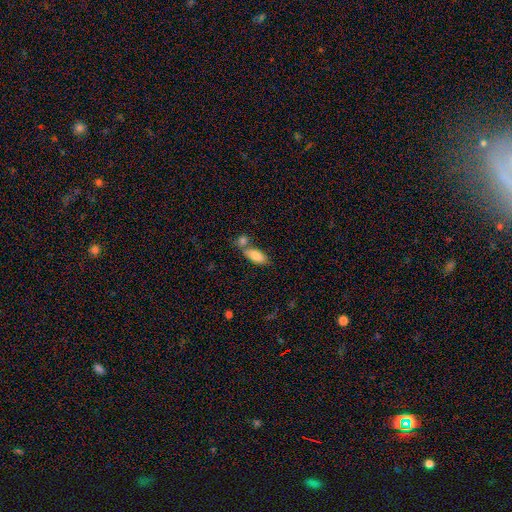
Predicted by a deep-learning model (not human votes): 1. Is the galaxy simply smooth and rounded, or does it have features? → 84% smooth, 9% featured or disk, 7% star or artifact.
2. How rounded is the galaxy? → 84% in between, 13% cigar-shaped, 3% round.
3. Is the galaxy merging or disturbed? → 51% none, 33% merger, 13% minor disturbance, 4% major disturbance.